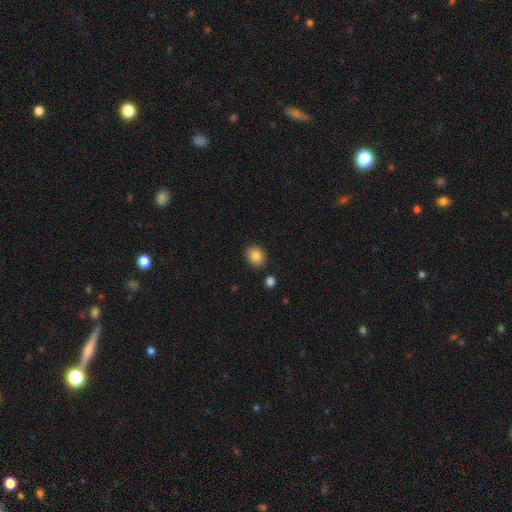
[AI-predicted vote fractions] This is clearly a smooth galaxy (85%). How rounded: possibly round (56%). Merging: clearly none (86%).